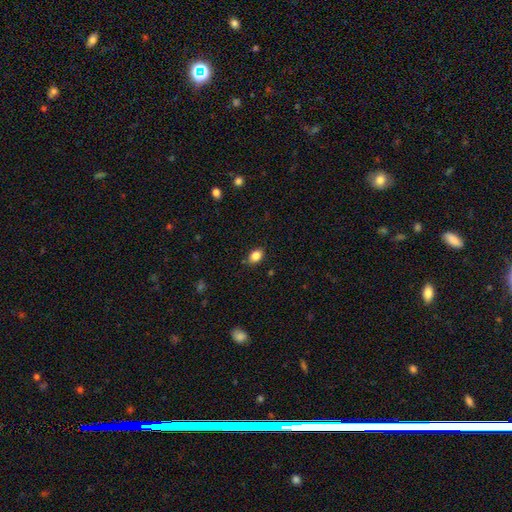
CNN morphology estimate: smooth-or-featured: smooth: 85% | star or artifact: 10% | featured or disk: 6%
  how-rounded: in between: 73% | round: 26% | cigar-shaped: 1%
  merging: none: 84% | minor disturbance: 12% | major disturbance: 2% | merger: 2%